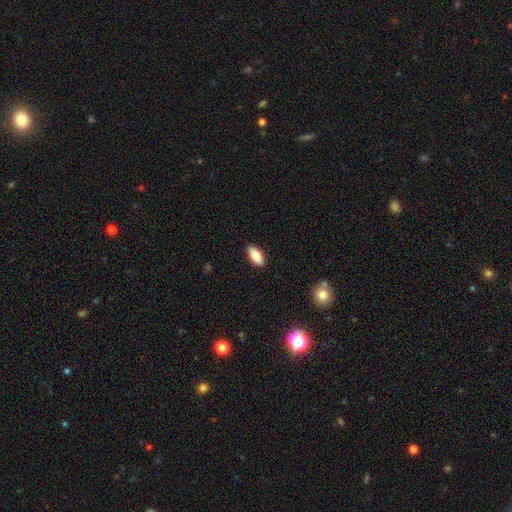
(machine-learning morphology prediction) smooth-or-featured: smooth: 85% | featured or disk: 9% | star or artifact: 7%
  how-rounded: in between: 87% | cigar-shaped: 11% | round: 2%
  merging: none: 90% | minor disturbance: 8% | major disturbance: 2% | merger: 1%